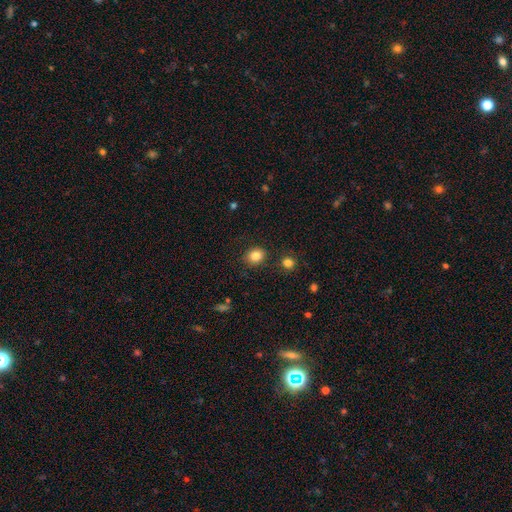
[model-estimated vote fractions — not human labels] A smooth galaxy with no disk features (84%) that is round (63%). Merging: none (85%).